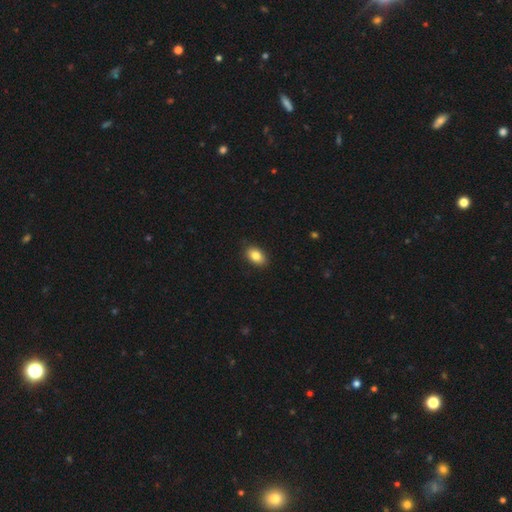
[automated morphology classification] smooth 85%, star or artifact 8%, featured or disk 7%. Down the decision tree: how rounded — in between (89%); merging — none (88%).